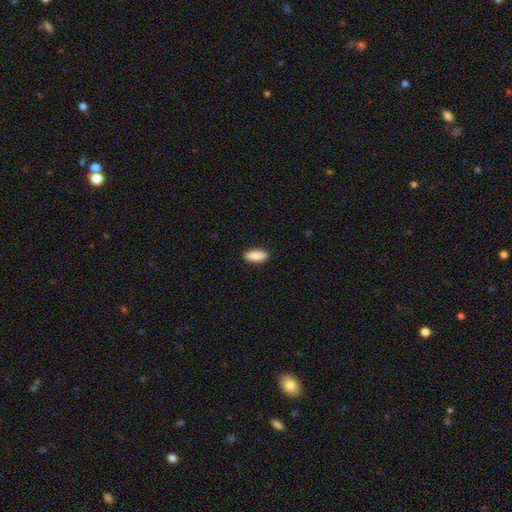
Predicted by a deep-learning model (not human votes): A smooth galaxy with no disk features (87%) that is in between round and cigar-shaped (79%). Merging: none (90%).